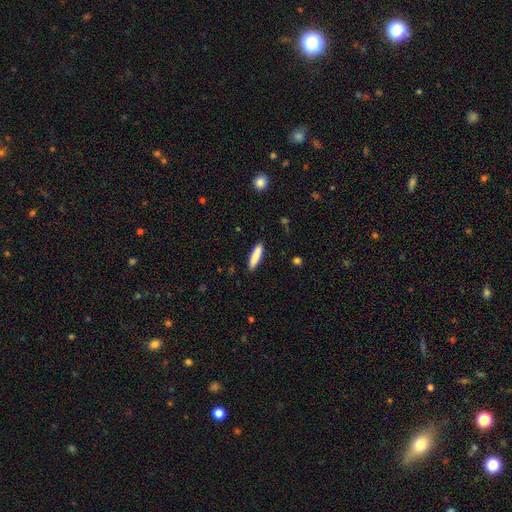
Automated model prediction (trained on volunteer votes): Overall: smooth (86%). How rounded: cigar-shaped (75%). Merging: none (88%).